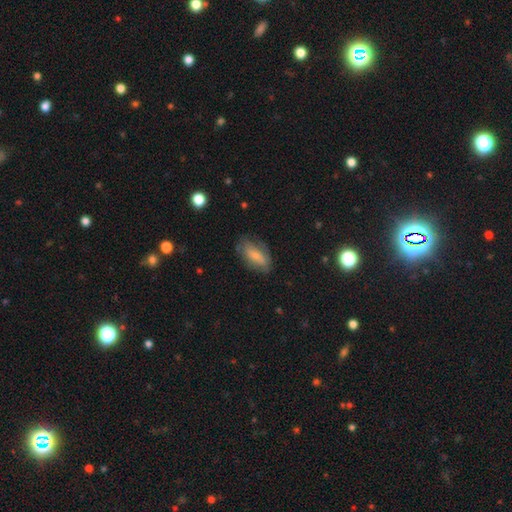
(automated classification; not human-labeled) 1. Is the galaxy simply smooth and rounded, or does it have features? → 64% smooth, 29% featured or disk, 7% star or artifact.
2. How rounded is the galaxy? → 84% in between, 12% cigar-shaped, 4% round.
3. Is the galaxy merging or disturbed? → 68% none, 23% minor disturbance, 8% major disturbance, 2% merger.